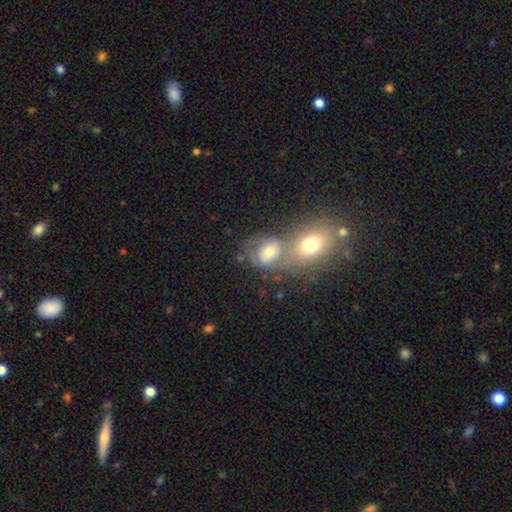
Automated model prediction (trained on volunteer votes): Q: Smooth or featured?
A: smooth (49%); runner-up: featured or disk (36%)
Q: Merging?
A: merger (53%); runner-up: none (32%)